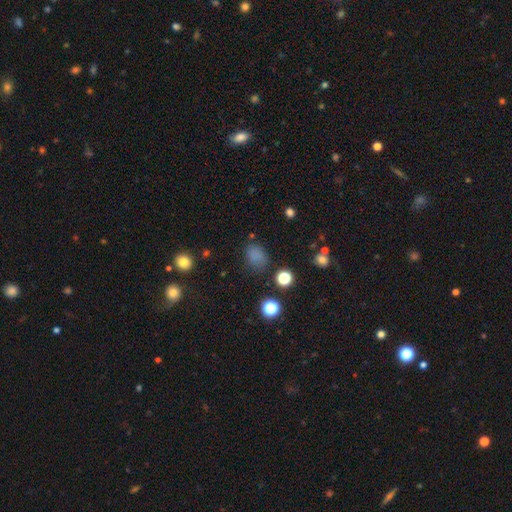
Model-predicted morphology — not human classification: This is likely a smooth galaxy (76%). How rounded: possibly in between (51%). Merging: likely none (72%).